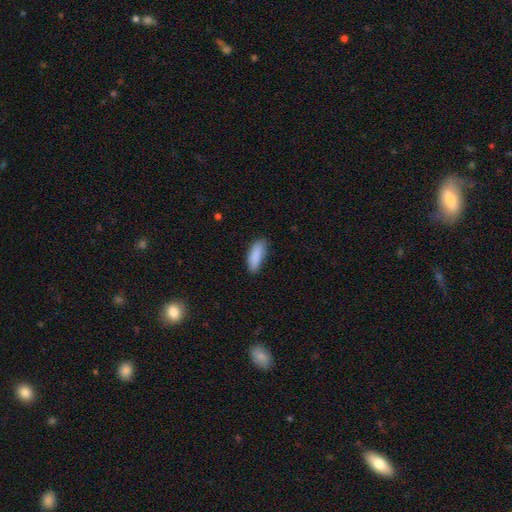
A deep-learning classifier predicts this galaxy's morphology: The model was most divided on "how rounded": in between: 68%, cigar-shaped: 31%, round: 2%. More confident: smooth or featured — smooth (87%); merging — none (77%).